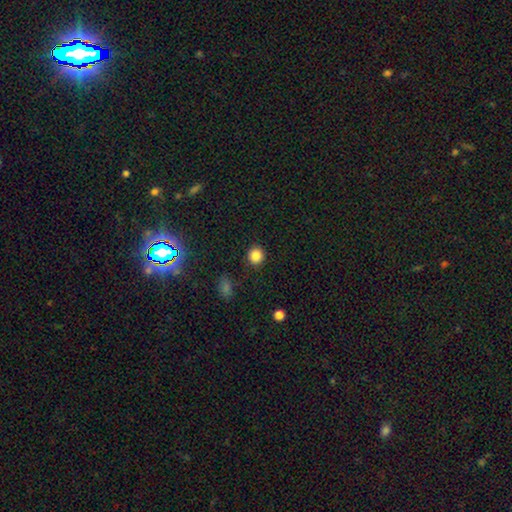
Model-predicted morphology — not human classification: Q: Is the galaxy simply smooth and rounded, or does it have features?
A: smooth — 85%.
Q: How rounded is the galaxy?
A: round — 88%.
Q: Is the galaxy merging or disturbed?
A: none — 90%.